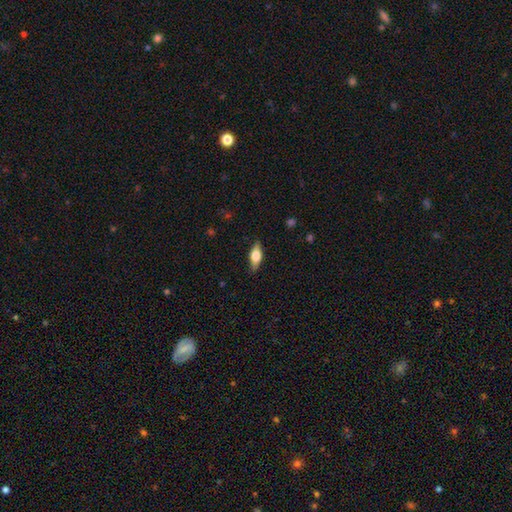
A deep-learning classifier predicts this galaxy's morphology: Overall: smooth (53%; featured or disk 40%). How rounded: in between (70%). Merging: none (85%).